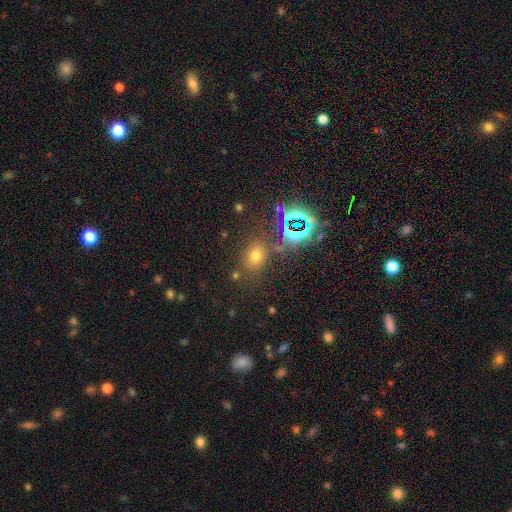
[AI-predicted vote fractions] Overall: smooth (60%; star or artifact 30%). How rounded: in between (56%; round 42%). Merging: none (75%).